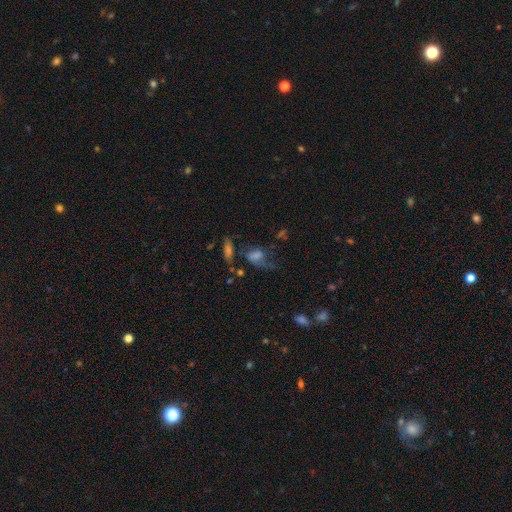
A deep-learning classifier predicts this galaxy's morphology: A smooth galaxy with no disk features (36%). Merging: none (37%).